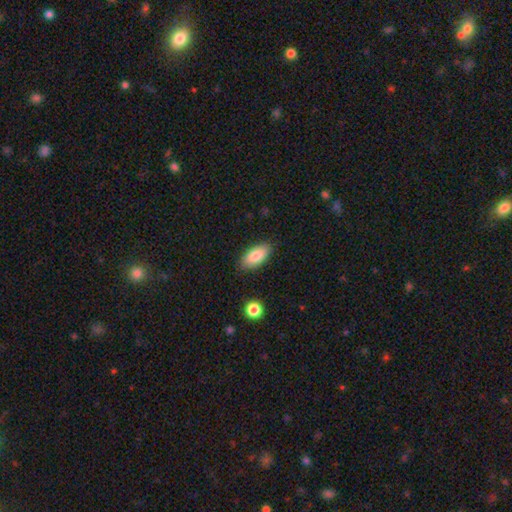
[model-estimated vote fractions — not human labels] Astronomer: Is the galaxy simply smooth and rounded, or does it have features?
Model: smooth — 84%.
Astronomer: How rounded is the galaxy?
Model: in between — 90%.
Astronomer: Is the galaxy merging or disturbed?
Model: none — 85%.